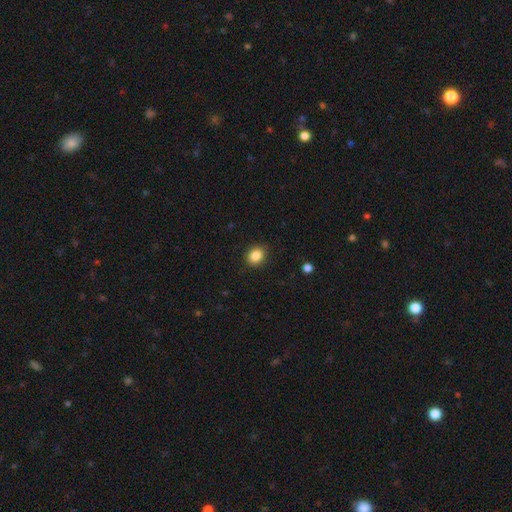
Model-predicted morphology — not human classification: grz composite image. It shows a smooth galaxy with no disk features (86%) that is round (63%). Merging: none (89%).